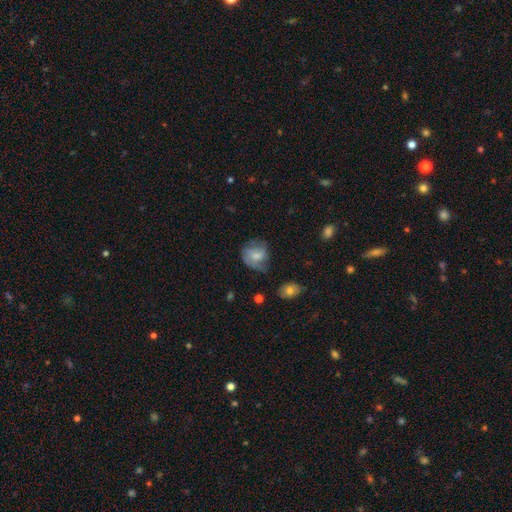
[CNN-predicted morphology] A smooth galaxy with no disk features (57%) that is round (62%). Merging: none (46%).